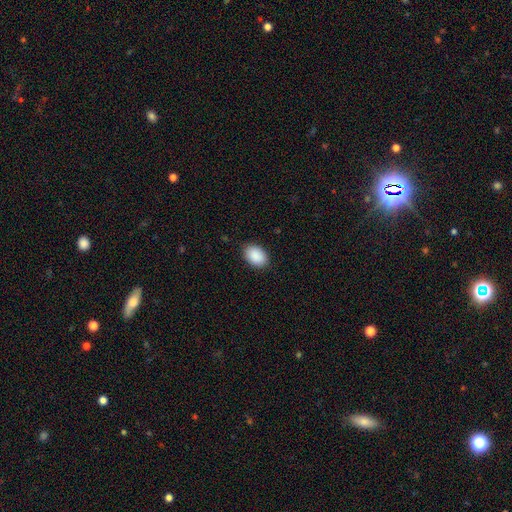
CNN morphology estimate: type=smooth (90%); roundness=in between (85%); merging=none (88%).